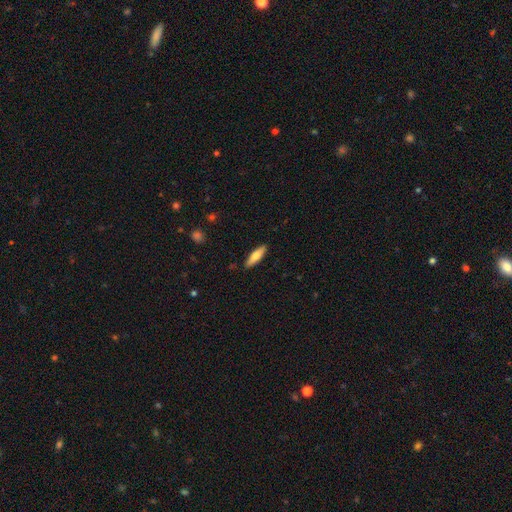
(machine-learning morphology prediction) The model was most divided on "how rounded": cigar-shaped: 63%, in between: 35%, round: 2%. More confident: merging — none (89%); smooth or featured — smooth (67%).